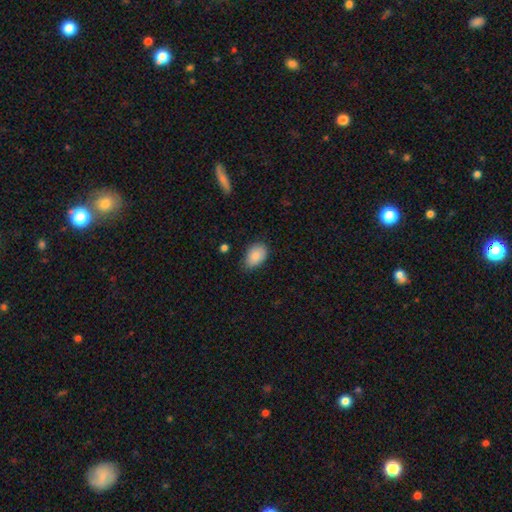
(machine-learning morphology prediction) Smooth or featured? Predicted: smooth (p=0.85). How rounded? Predicted: in between (p=0.87). Merging? Predicted: none (p=0.72).